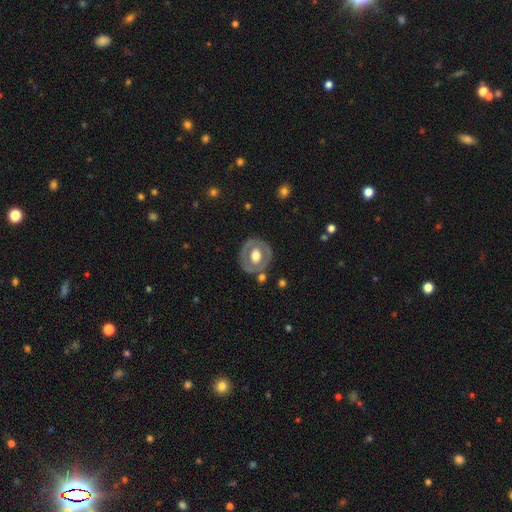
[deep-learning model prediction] Smooth or featured?
  - featured or disk: 58% *
  - smooth: 37%
  - star or artifact: 6%
Edge-on disk?
  - no: 94% *
  - yes: 6%
Bar?
  - no: 74% *
  - weak: 19%
  - strong: 7%
Spiral arms?
  - no: 84% *
  - yes: 16%
Bulge size?
  - moderate: 51% *
  - large: 42%
  - small: 3%
  - dominant: 3%
  - none: 1%
Merging?
  - none: 76% *
  - minor disturbance: 14%
  - major disturbance: 5%
  - merger: 4%